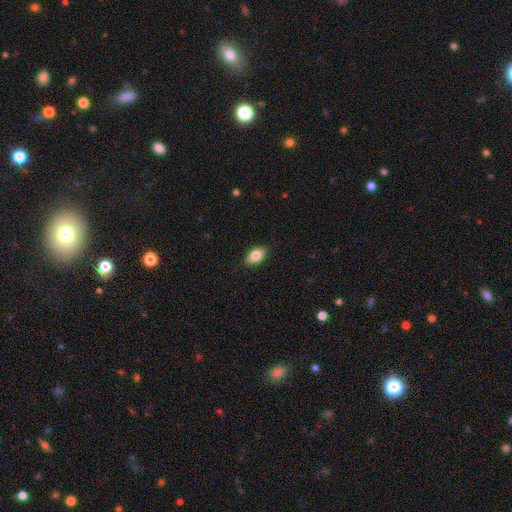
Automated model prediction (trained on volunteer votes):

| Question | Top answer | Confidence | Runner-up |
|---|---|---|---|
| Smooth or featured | smooth | 82% | featured or disk (11%) |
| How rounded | in between | 89% | round (8%) |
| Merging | none | 87% | minor disturbance (10%) |